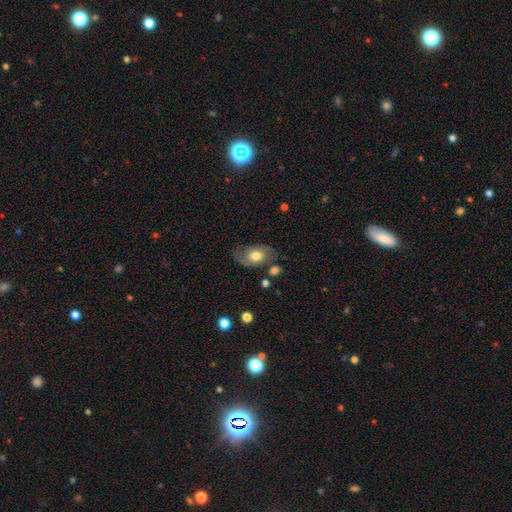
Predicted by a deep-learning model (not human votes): A smooth galaxy with no disk features (52%) that is in between round and cigar-shaped (77%). Merging: none (66%).